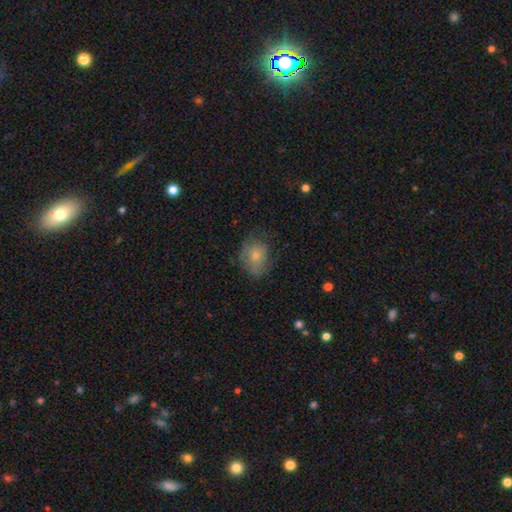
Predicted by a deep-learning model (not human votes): Overall: smooth (67%). How rounded: in between (53%; round 45%). Merging: none (58%; minor disturbance 28%).